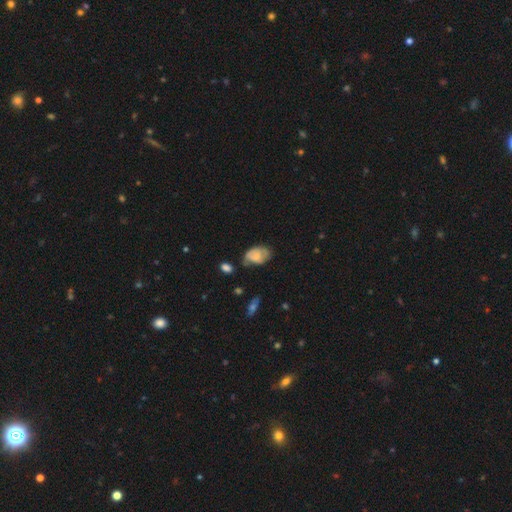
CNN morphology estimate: This is possibly a smooth galaxy (59%). How rounded: clearly in between (88%). Merging: possibly none (45%).